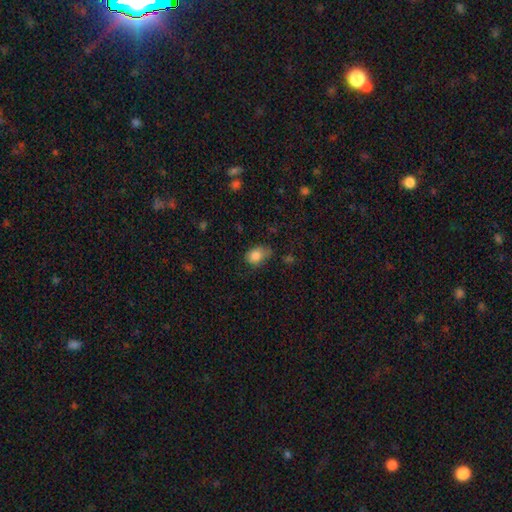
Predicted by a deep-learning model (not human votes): smooth_or_featured: smooth (p=0.84) [alt: star or artifact p=0.09]
how_rounded: in between (p=0.67) [alt: round p=0.32]
merging: none (p=0.43) [alt: minor disturbance p=0.40]